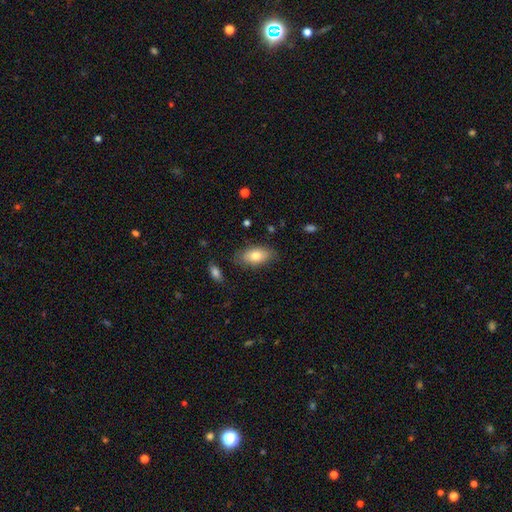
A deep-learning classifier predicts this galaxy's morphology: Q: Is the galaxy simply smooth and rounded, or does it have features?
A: smooth — 78%.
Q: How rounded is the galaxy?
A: in between — 92%.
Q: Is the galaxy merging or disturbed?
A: none — 79%.